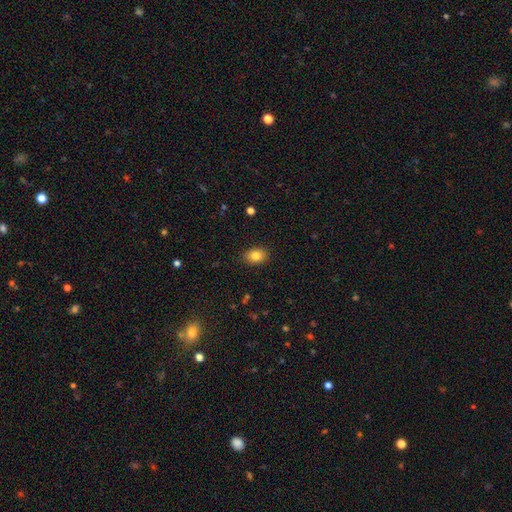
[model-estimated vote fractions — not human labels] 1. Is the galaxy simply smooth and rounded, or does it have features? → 84% smooth, 9% star or artifact, 7% featured or disk.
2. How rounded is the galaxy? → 74% in between, 25% round, 1% cigar-shaped.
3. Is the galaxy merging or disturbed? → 88% none, 8% minor disturbance, 2% major disturbance, 1% merger.